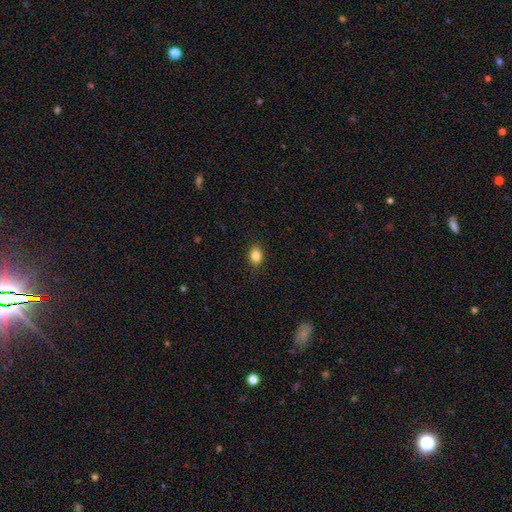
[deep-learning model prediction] Q: Smooth or featured?
A: smooth (85%); runner-up: star or artifact (10%)
Q: How rounded?
A: in between (72%); runner-up: round (27%)
Q: Merging?
A: none (89%); runner-up: minor disturbance (8%)